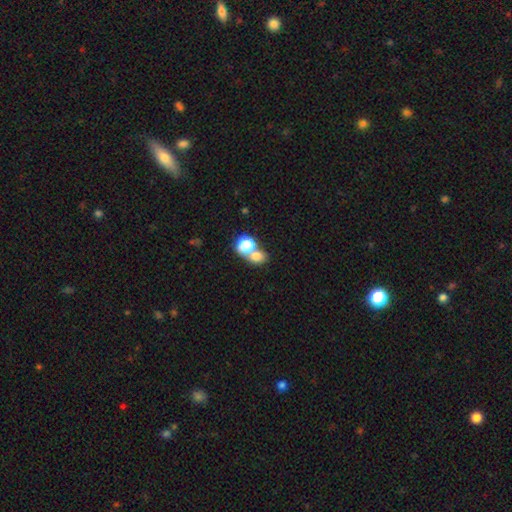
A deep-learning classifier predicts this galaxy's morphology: Smooth or featured? Predicted: smooth (p=0.74). How rounded? Predicted: round (p=0.52). Merging? Predicted: merger (p=0.63).